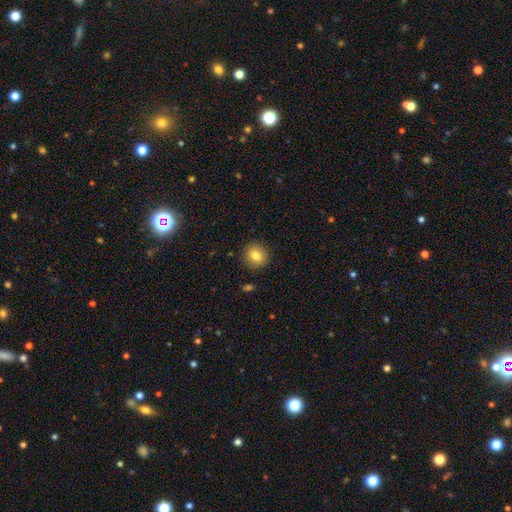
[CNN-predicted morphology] smooth 81%, featured or disk 10%, star or artifact 9%. Down the decision tree: how rounded — round (85%); merging — none (90%).